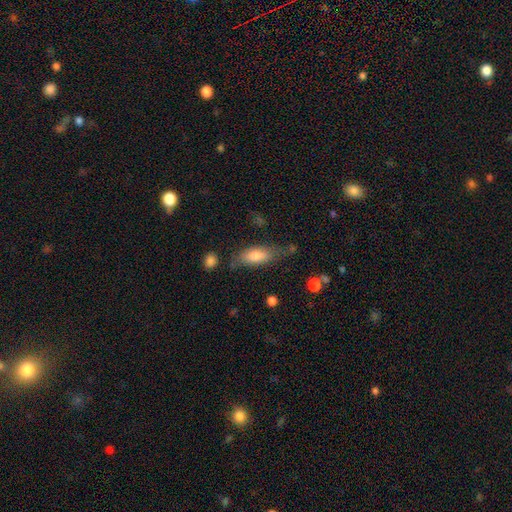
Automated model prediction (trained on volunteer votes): Smooth or featured?
  - smooth: 73% *
  - featured or disk: 19%
  - star or artifact: 8%
How rounded?
  - in between: 70% *
  - cigar-shaped: 28%
  - round: 3%
Merging?
  - none: 61% *
  - minor disturbance: 25%
  - major disturbance: 8%
  - merger: 6%